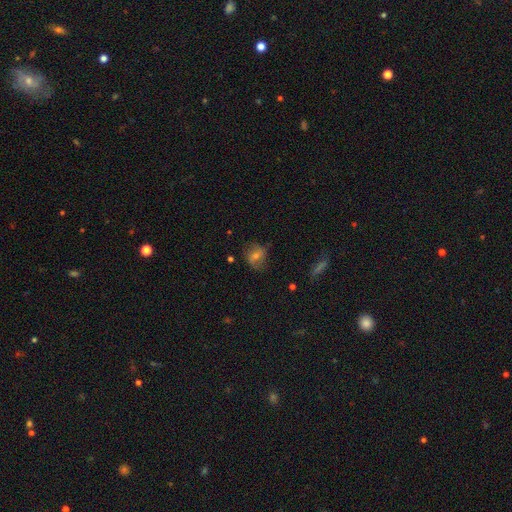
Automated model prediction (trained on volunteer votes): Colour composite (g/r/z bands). It shows a featured or disk galaxy (42%). Merging: none (72%).